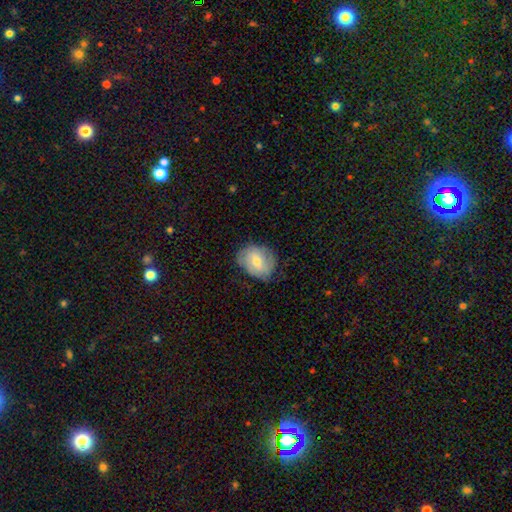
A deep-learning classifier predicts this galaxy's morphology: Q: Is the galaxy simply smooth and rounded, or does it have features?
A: smooth — 52%.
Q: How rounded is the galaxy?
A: in between — 51%.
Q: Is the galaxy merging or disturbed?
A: none — 70%.